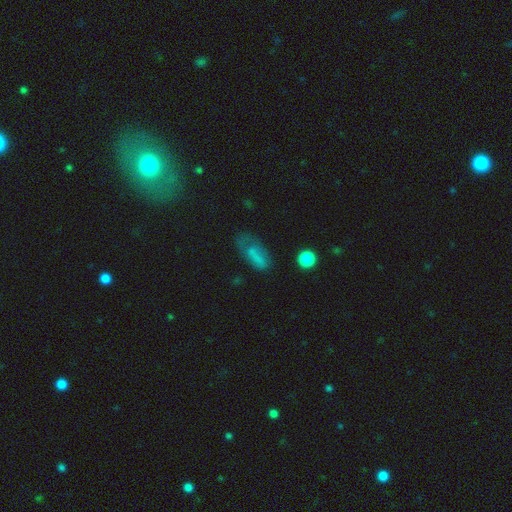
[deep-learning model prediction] This appears to be a smooth galaxy with no disk features (60%) that is in between round and cigar-shaped (79%). Merging: none (44%).